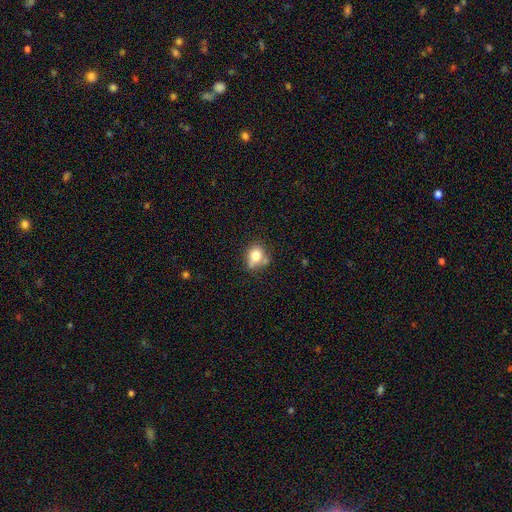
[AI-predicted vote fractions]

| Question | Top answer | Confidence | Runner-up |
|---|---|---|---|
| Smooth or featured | smooth | 75% | featured or disk (14%) |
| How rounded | round | 63% | in between (35%) |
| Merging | none | 51% | minor disturbance (25%) |